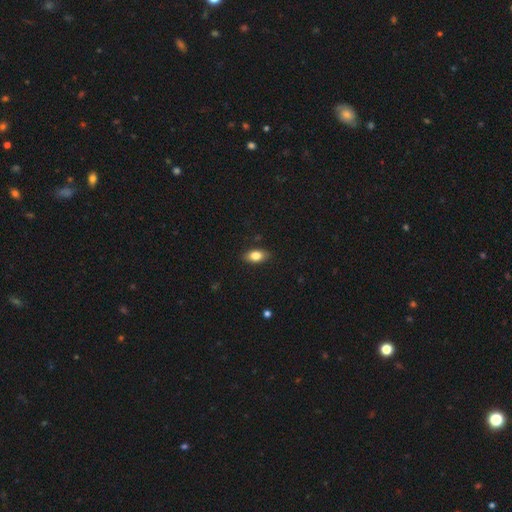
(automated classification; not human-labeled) smooth_or_featured: smooth (p=0.82) [alt: featured or disk p=0.10]
how_rounded: in between (p=0.88) [alt: round p=0.08]
merging: none (p=0.87) [alt: minor disturbance p=0.10]